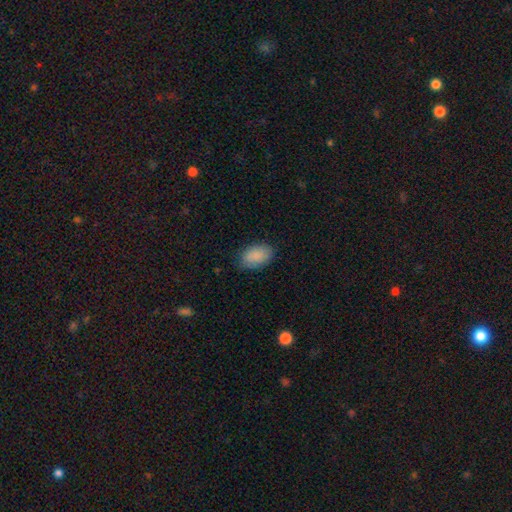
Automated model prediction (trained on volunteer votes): Smooth or featured?
  - smooth: 89% *
  - star or artifact: 7%
  - featured or disk: 4%
How rounded?
  - in between: 92% *
  - round: 7%
  - cigar-shaped: 1%
Merging?
  - none: 81% *
  - minor disturbance: 15%
  - major disturbance: 3%
  - merger: 1%